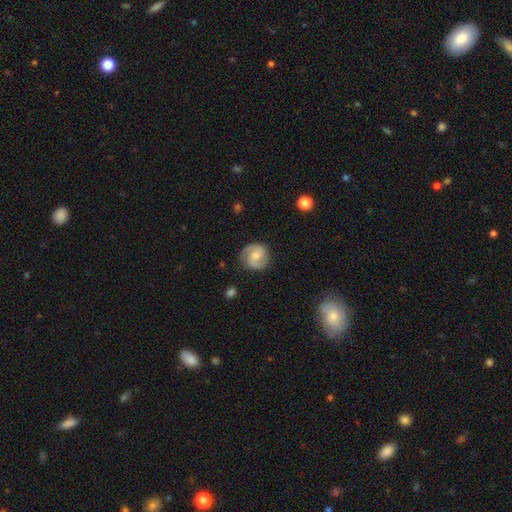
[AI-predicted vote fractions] Smooth or featured? Predicted: featured or disk (p=0.79). Edge-on disk? Predicted: no (p=0.98). Bar? Predicted: no (p=0.48). Spiral arms? Predicted: yes (p=0.96). Spiral winding? Predicted: medium (p=0.53). Spiral arm count? Predicted: 2 (p=0.92). Bulge size? Predicted: moderate (p=0.48). Merging? Predicted: none (p=0.83).